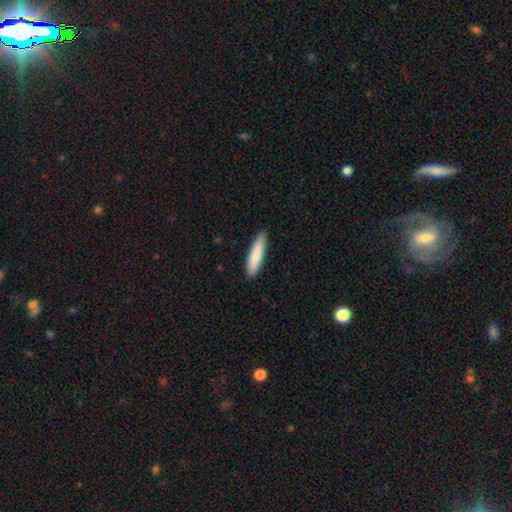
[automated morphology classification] Smooth or featured? Predicted: smooth (p=0.84). How rounded? Predicted: cigar-shaped (p=0.82). Merging? Predicted: none (p=0.89).